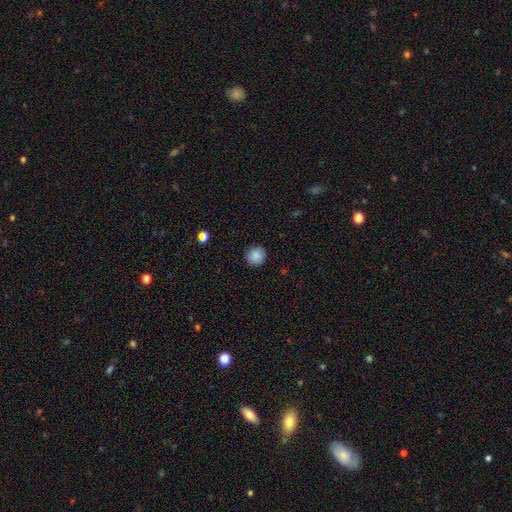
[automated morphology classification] Smooth or featured?
  - smooth: 87% *
  - star or artifact: 9%
  - featured or disk: 4%
How rounded?
  - round: 92% *
  - in between: 7%
  - cigar-shaped: 1%
Merging?
  - none: 91% *
  - minor disturbance: 6%
  - major disturbance: 2%
  - merger: 1%